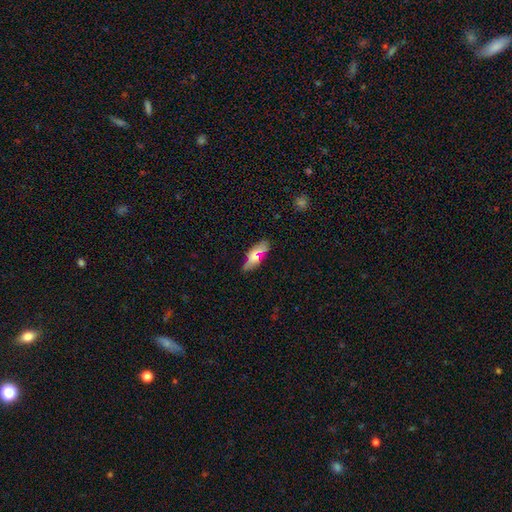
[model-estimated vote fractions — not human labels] Smooth or featured?
  - smooth: 65% *
  - featured or disk: 22%
  - star or artifact: 13%
How rounded?
  - in between: 75% *
  - cigar-shaped: 22%
  - round: 4%
Merging?
  - none: 78% *
  - minor disturbance: 16%
  - major disturbance: 4%
  - merger: 2%